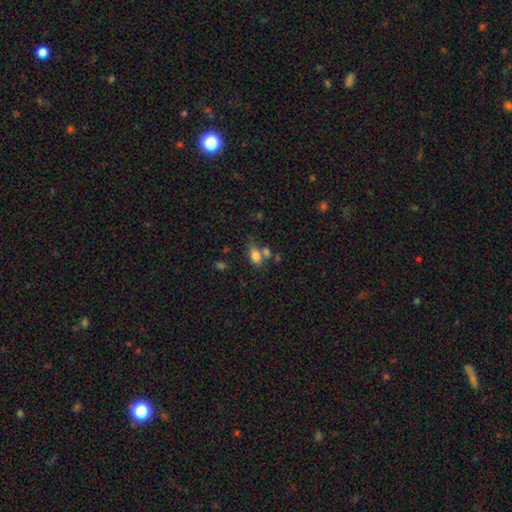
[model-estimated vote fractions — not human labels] Smooth or featured? smooth (78%)
How rounded? in between (87%)
Merging? none (50%)